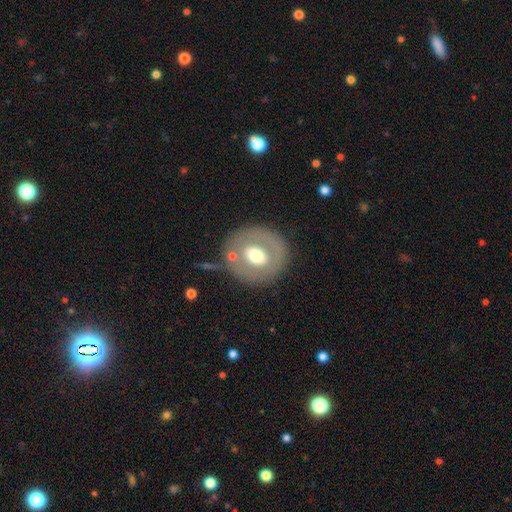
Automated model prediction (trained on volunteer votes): Smooth or featured: smooth — 47% (featured or disk — 45%)
Merging: none — 75% (minor disturbance — 12%)